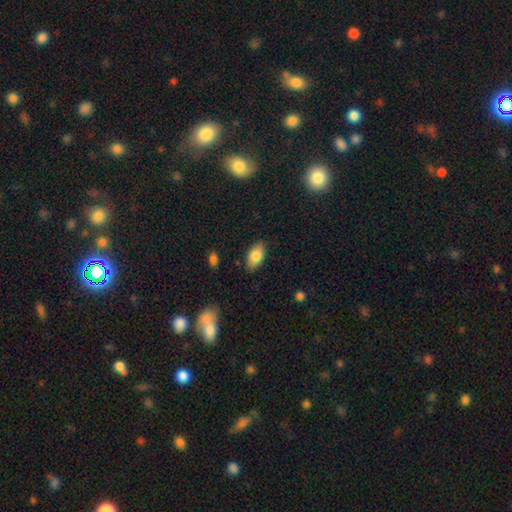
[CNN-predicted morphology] smooth_or_featured: smooth (p=0.83) [alt: featured or disk p=0.10]
how_rounded: in between (p=0.93) [alt: round p=0.04]
merging: none (p=0.85) [alt: minor disturbance p=0.11]